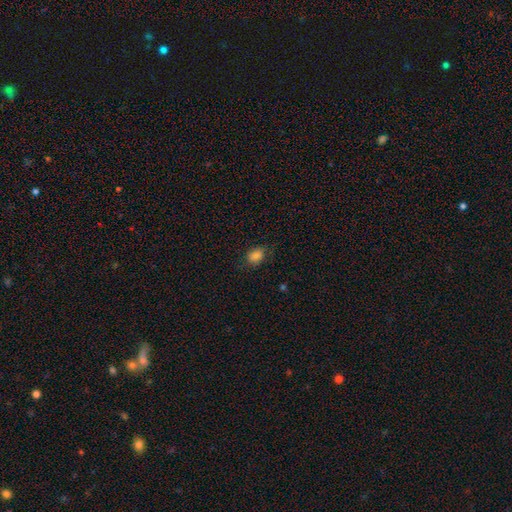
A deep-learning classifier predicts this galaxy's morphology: Smooth or featured? smooth (82%)
How rounded? in between (71%)
Merging? none (73%)